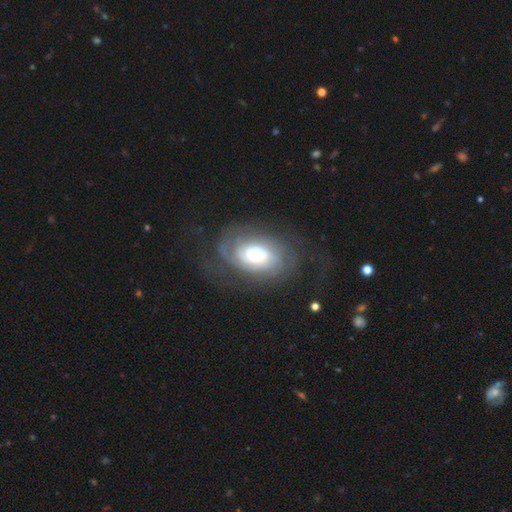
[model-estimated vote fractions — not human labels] The model was most divided on "spiral arm count": can't tell: 44%, 2: 29%, 3: 10%, 1: 7%, 4: 5%, more than 4: 5%. Remaining: edge-on disk — no (96%); spiral arms — yes (88%); bar — no (73%); smooth or featured — featured or disk (73%); spiral winding — tight (62%); merging — none (61%); bulge size — moderate (42%).